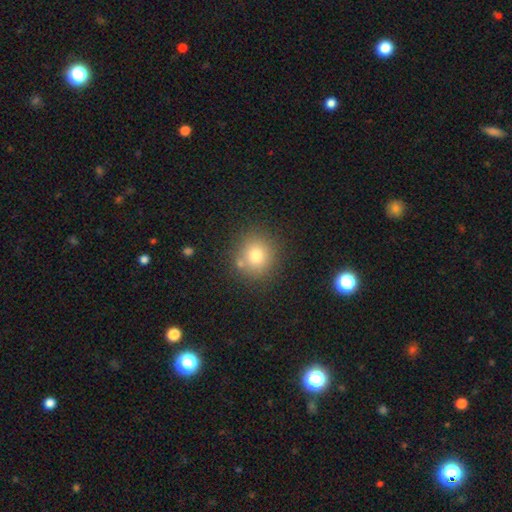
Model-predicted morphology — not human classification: type=smooth (76%); roundness=round (88%); merging=none (77%).